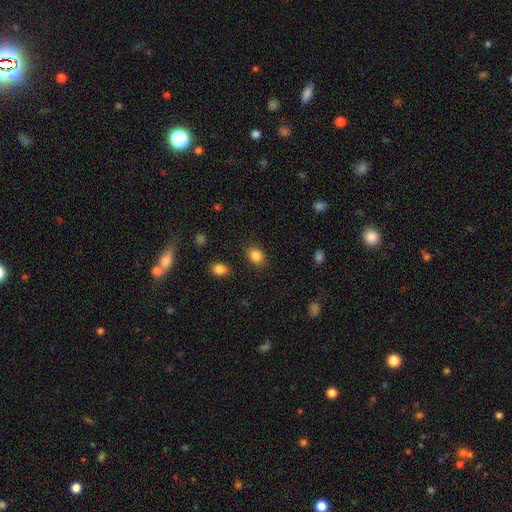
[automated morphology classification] A smooth galaxy with no disk features (86%) that is in between round and cigar-shaped (66%).

Vote fractions:
- Smooth or featured? smooth: 86% / star or artifact: 10% / featured or disk: 5%
- How rounded? in between: 66% / round: 32% / cigar-shaped: 1%
- Merging? none: 84% / minor disturbance: 11% / major disturbance: 3% / merger: 2%